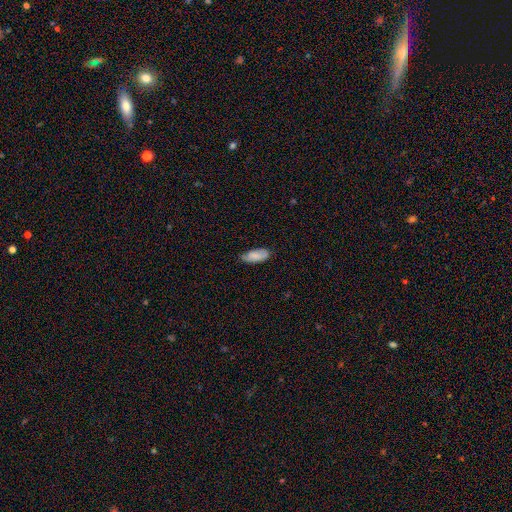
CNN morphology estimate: type=smooth (80%); roundness=in between (86%); merging=none (66%).